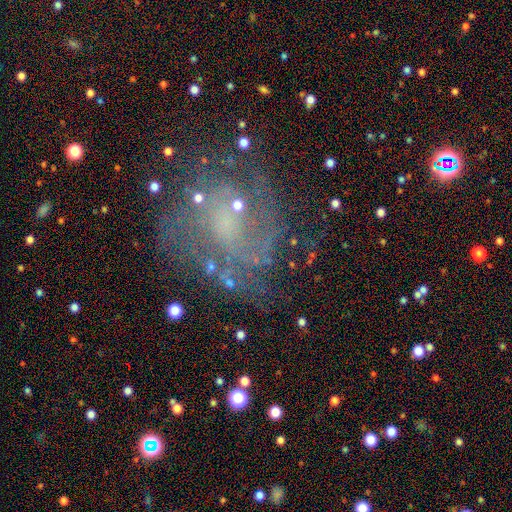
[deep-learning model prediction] A featured or disk galaxy (65%) with no bar (60%), spiral arms (78%) and a small central bulge (51%). Merging: none (63%).